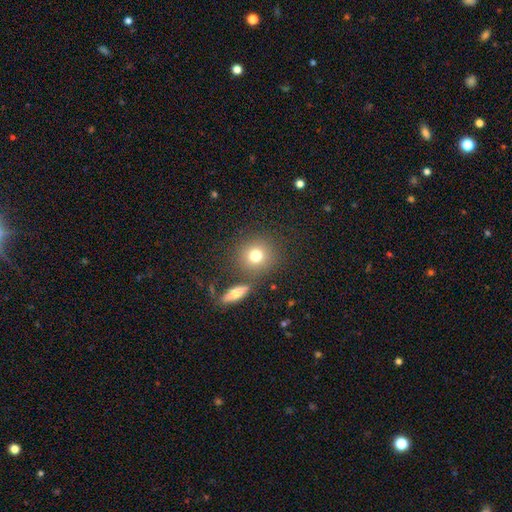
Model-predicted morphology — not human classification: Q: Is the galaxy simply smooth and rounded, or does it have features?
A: smooth — 77%.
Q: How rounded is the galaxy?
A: round — 87%.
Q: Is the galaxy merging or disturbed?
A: none — 76%.